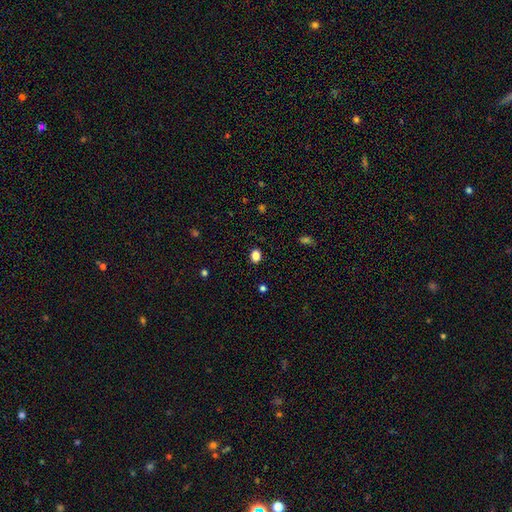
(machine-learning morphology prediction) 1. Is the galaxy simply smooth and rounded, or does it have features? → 85% smooth, 12% star or artifact, 3% featured or disk.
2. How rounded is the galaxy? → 59% in between, 39% round, 1% cigar-shaped.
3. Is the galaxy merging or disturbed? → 88% none, 8% minor disturbance, 2% major disturbance, 1% merger.